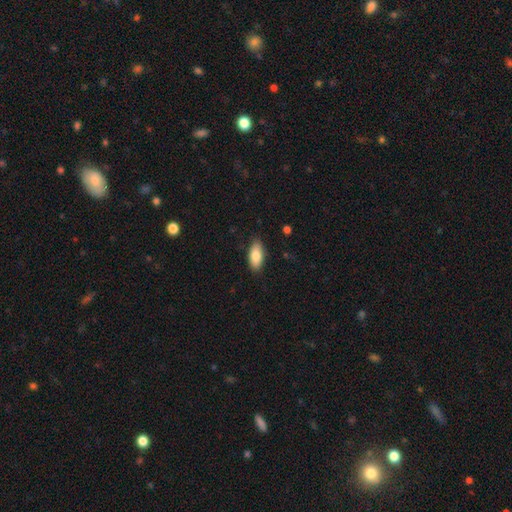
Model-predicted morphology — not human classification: Overall: smooth (83%). How rounded: in between (88%). Merging: none (84%).